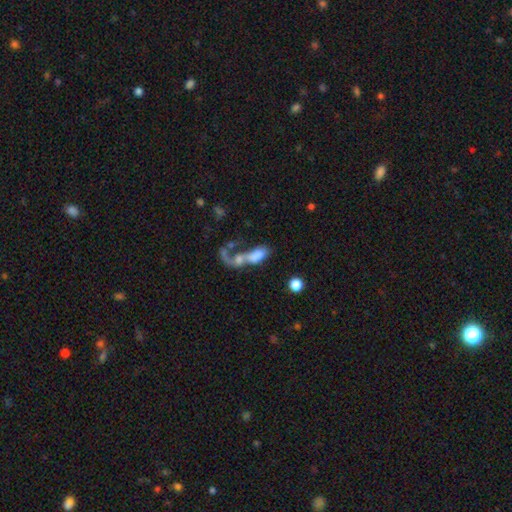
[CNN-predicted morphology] A smooth galaxy with no disk features (54%) that is in between round and cigar-shaped (74%).

Vote fractions:
- Smooth or featured? smooth: 54% / featured or disk: 36% / star or artifact: 11%
- How rounded? in between: 74% / cigar-shaped: 17% / round: 9%
- Merging? merger: 62% / major disturbance: 21% / none: 11% / minor disturbance: 6%